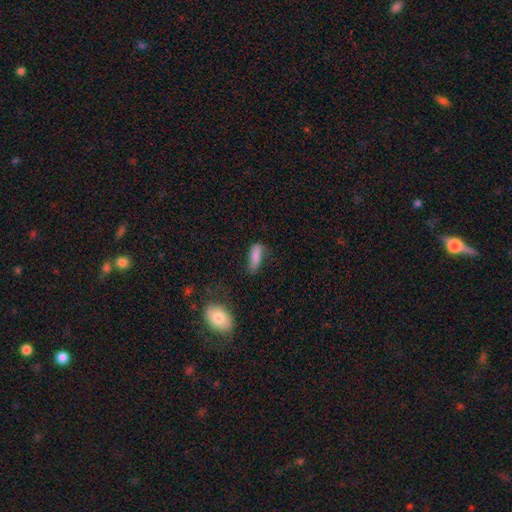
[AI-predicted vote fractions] Smooth or featured: smooth — 78% (featured or disk — 14%)
How rounded: in between — 58% (cigar-shaped — 40%)
Merging: none — 54% (minor disturbance — 30%)